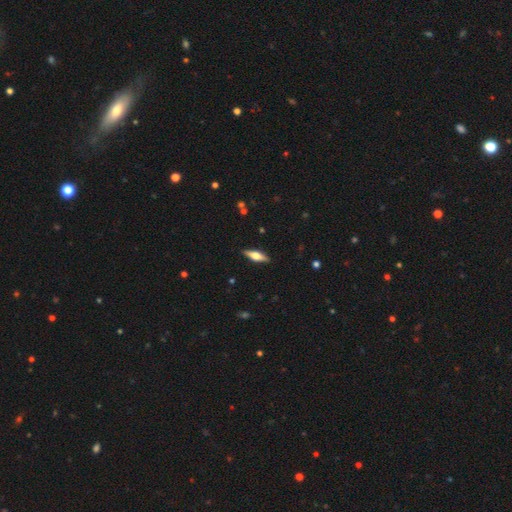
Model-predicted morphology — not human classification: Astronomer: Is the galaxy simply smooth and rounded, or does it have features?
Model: featured or disk — 48% (runner-up: smooth, 45%).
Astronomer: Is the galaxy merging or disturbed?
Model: none — 89%.